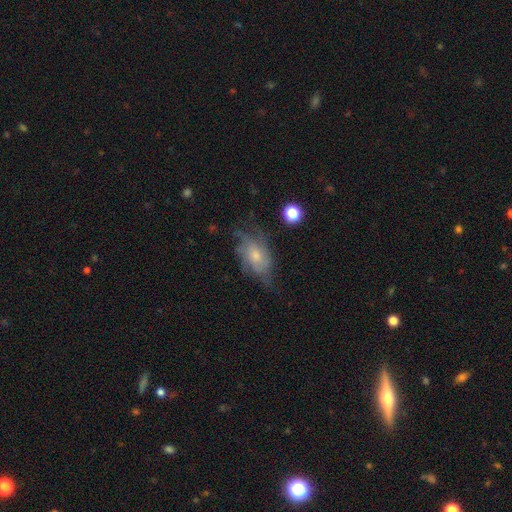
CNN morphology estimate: smooth_or_featured: featured or disk (p=0.62) [alt: smooth p=0.28]
disk_edge_on: no (p=0.94) [alt: yes p=0.06]
bar: no (p=0.78) [alt: weak p=0.20]
has_spiral_arms: yes (p=0.79) [alt: no p=0.21]
bulge_size: small (p=0.45) [alt: moderate p=0.44]
merging: none (p=0.50) [alt: minor disturbance p=0.27]